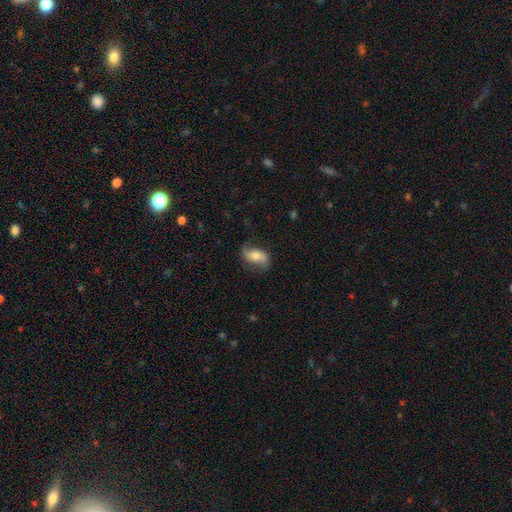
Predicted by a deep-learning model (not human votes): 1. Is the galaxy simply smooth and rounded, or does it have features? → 57% featured or disk, 36% smooth, 7% star or artifact.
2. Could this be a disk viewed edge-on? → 93% no, 7% yes.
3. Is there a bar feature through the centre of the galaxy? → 56% no, 29% weak, 15% strong.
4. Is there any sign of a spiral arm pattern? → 88% yes, 12% no.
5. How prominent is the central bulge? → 53% moderate, 26% small, 14% large, 4% none, 3% dominant.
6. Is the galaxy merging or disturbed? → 72% none, 19% minor disturbance, 8% major disturbance, 1% merger.